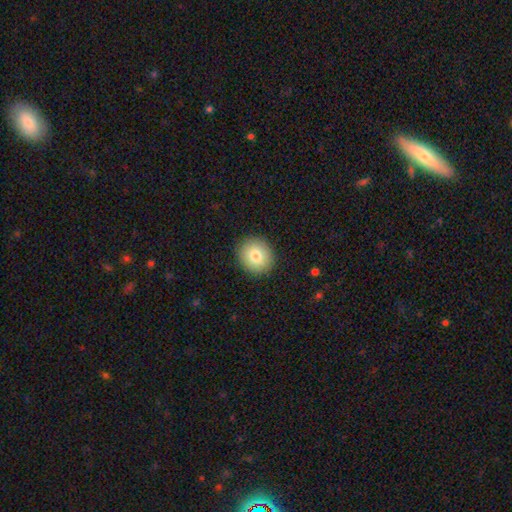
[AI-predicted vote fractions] Overall: smooth (81%). How rounded: round (82%). Merging: none (91%).